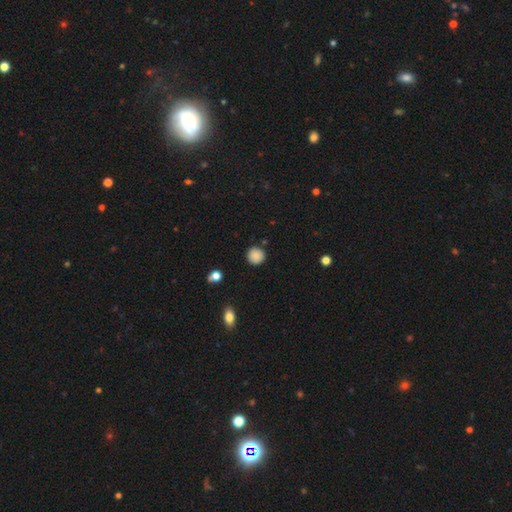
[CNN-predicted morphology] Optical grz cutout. It shows a smooth galaxy with no disk features (87%) that is round (92%). Merging: none (88%).